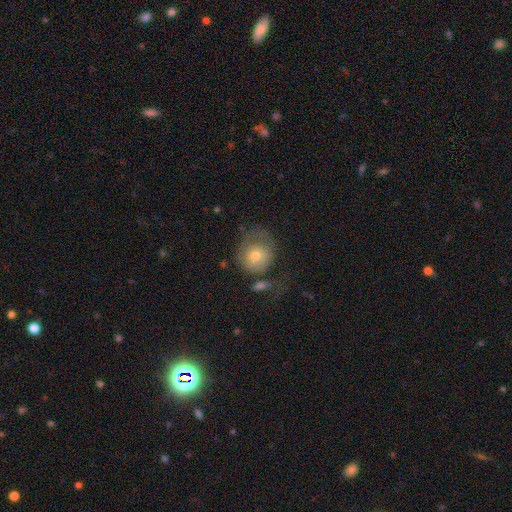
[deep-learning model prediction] Smooth or featured: smooth — 65% (featured or disk — 26%)
How rounded: round — 80% (in between — 19%)
Merging: none — 41% (major disturbance — 27%)